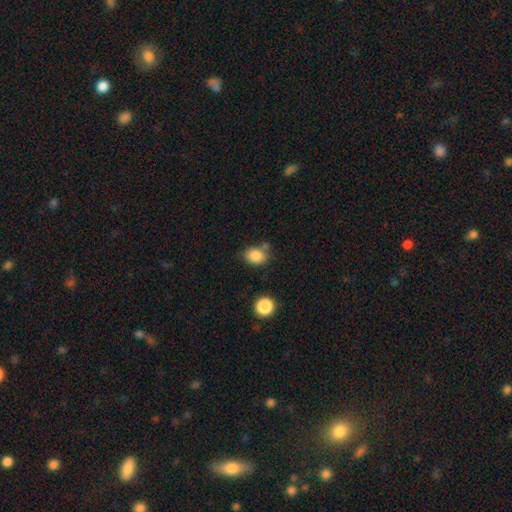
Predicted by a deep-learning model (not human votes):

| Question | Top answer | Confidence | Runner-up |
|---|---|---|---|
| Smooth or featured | smooth | 84% | star or artifact (10%) |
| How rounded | in between | 60% | round (39%) |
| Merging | none | 68% | minor disturbance (18%) |